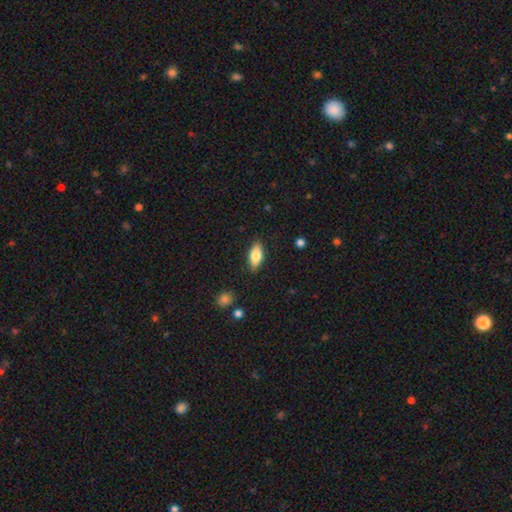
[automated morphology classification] smooth 79%, featured or disk 14%, star or artifact 6%. Down the decision tree: how rounded — in between (85%); merging — none (86%).